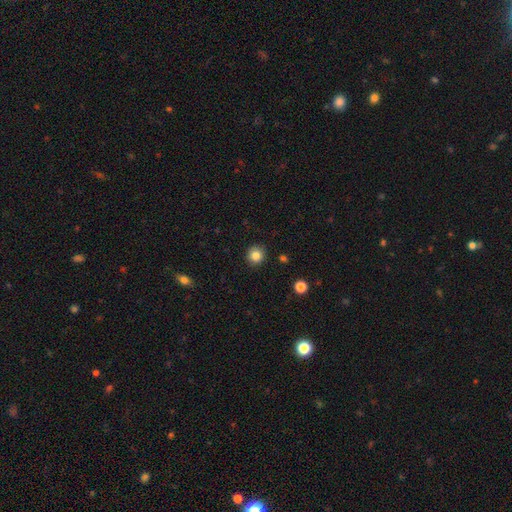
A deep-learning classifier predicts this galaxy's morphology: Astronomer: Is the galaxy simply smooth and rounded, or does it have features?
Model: smooth — 83%.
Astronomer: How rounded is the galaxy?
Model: round — 91%.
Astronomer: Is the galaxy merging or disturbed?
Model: none — 91%.